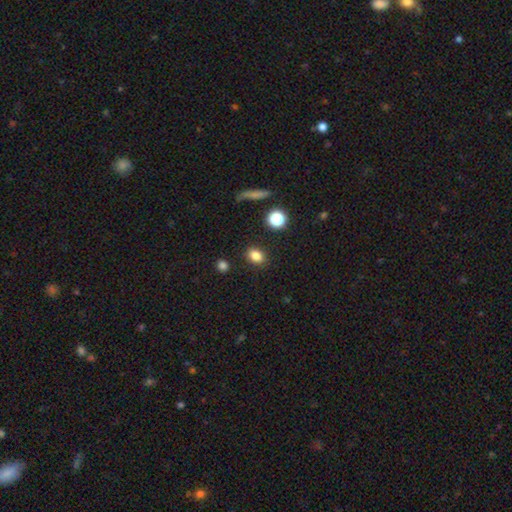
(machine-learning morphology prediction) smooth 82%, star or artifact 12%, featured or disk 6%. Down the decision tree: how rounded — in between (63%); merging — none (87%).